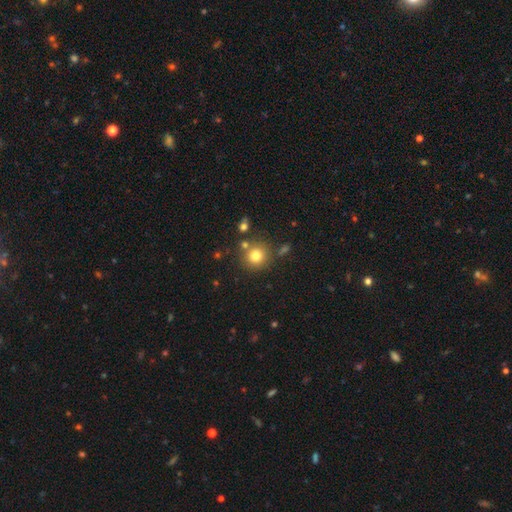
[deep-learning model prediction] A smooth galaxy with no disk features (78%) that is round (92%).

Vote fractions:
- Smooth or featured? smooth: 78% / star or artifact: 13% / featured or disk: 9%
- How rounded? round: 92% / in between: 7% / cigar-shaped: 1%
- Merging? none: 78% / merger: 9% / minor disturbance: 9% / major disturbance: 3%